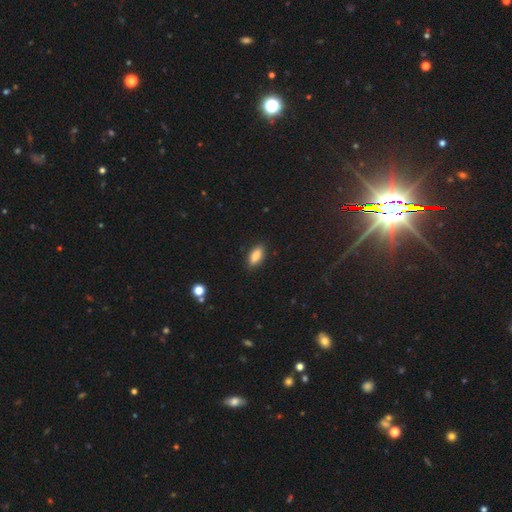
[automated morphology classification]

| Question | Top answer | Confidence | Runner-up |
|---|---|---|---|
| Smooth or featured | smooth | 84% | featured or disk (8%) |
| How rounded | in between | 81% | cigar-shaped (17%) |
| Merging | none | 87% | minor disturbance (9%) |